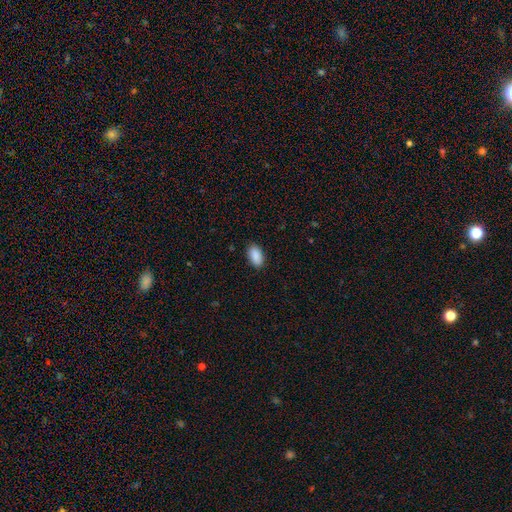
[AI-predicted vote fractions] Smooth or featured? smooth (90%)
How rounded? in between (94%)
Merging? none (88%)